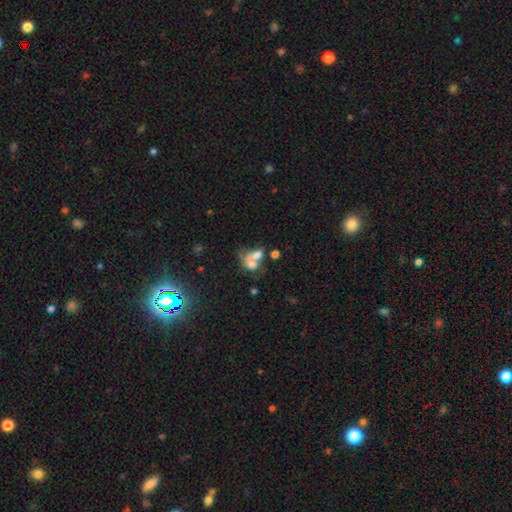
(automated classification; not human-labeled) A smooth galaxy with no disk features (55%) that is in between round and cigar-shaped (68%).

Vote fractions:
- Smooth or featured? smooth: 55% / featured or disk: 30% / star or artifact: 15%
- How rounded? in between: 68% / round: 31% / cigar-shaped: 2%
- Merging? merger: 62% / none: 17% / major disturbance: 13% / minor disturbance: 8%